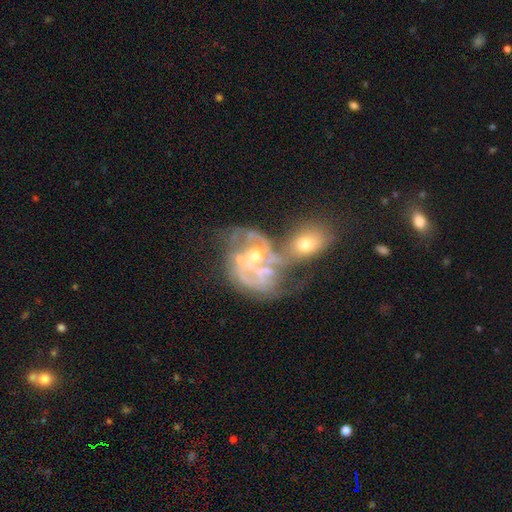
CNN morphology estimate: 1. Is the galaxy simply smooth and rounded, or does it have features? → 80% featured or disk, 11% smooth, 9% star or artifact.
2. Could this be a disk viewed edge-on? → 97% no, 3% yes.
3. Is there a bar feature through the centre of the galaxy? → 68% no, 24% weak, 7% strong.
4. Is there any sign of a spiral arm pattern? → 81% yes, 19% no.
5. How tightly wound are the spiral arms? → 42% medium, 39% tight, 18% loose.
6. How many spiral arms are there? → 35% can't tell, 31% 2, 19% 3, 6% 4, 5% 1, 4% more than 4.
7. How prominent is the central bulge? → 49% moderate, 41% small, 5% none, 3% large, 1% dominant.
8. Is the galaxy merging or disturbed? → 52% merger, 19% major disturbance, 19% none, 11% minor disturbance.